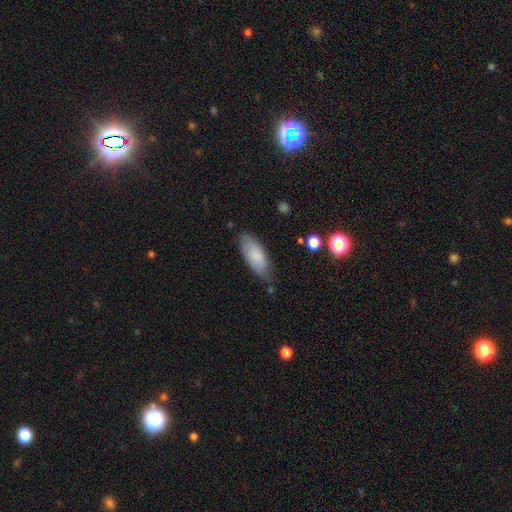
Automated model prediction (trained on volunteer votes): Morphology: type=smooth (81%); roundness=in between (81%); merging=none (71%).